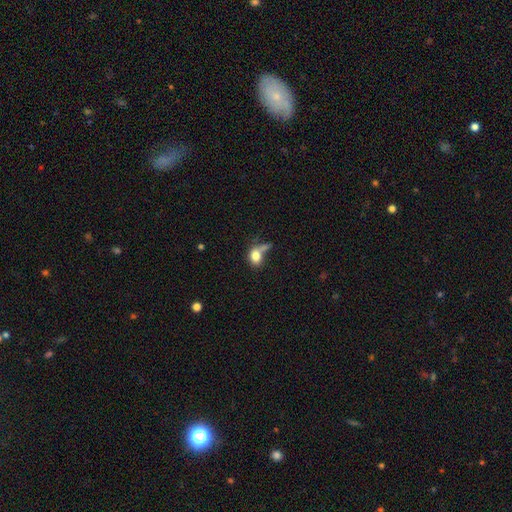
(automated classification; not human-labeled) Smooth or featured? smooth (77%)
How rounded? in between (57%)
Merging? none (33%)